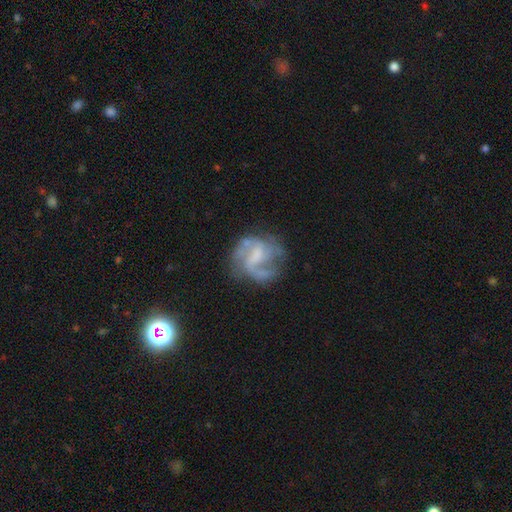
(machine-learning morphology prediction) A featured or disk galaxy (77%) with a weak bar (49%), 2 (40%) medium (46%) spiral arms (87%) and no central bulge (43%).

Vote fractions:
- Smooth or featured? featured or disk: 77% / smooth: 15% / star or artifact: 8%
- Edge-on disk? no: 98% / yes: 2%
- Bar? weak: 49% / no: 33% / strong: 18%
- Spiral arms? yes: 87% / no: 13%
- Spiral winding? medium: 46% / loose: 32% / tight: 22%
- Spiral arm count? 2: 40% / 3: 24% / can't tell: 20% / 1: 8% / 4: 5% / more than 4: 4%
- Bulge size? none: 43% / small: 25% / moderate: 25% / large: 6% / dominant: 1%
- Merging? none: 54% / major disturbance: 22% / minor disturbance: 20% / merger: 4%